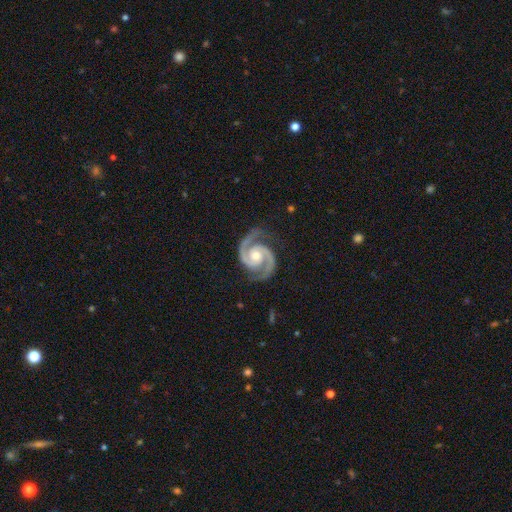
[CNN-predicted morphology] Q: Smooth or featured?
A: featured or disk (94%); runner-up: star or artifact (3%)
Q: Edge-on disk?
A: no (98%); runner-up: yes (2%)
Q: Bar?
A: no (66%); runner-up: weak (26%)
Q: Spiral arms?
A: yes (99%); runner-up: no (1%)
Q: Spiral winding?
A: medium (52%); runner-up: tight (43%)
Q: Spiral arm count?
A: 2 (94%); runner-up: 3 (1%)
Q: Bulge size?
A: moderate (68%); runner-up: small (22%)
Q: Merging?
A: none (83%); runner-up: minor disturbance (13%)